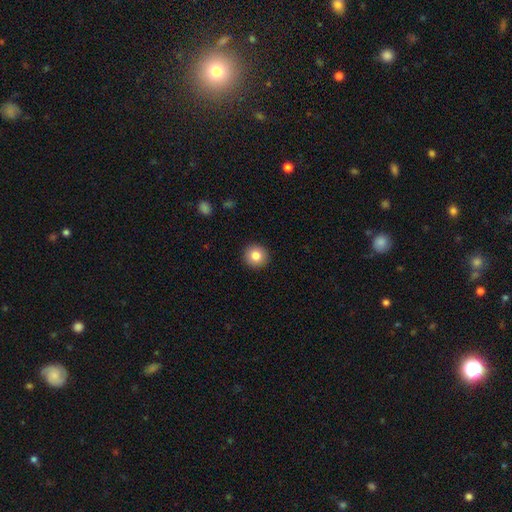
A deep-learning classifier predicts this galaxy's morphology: smooth-or-featured: smooth: 82% | star or artifact: 10% | featured or disk: 8%
  how-rounded: round: 94% | in between: 5% | cigar-shaped: 1%
  merging: none: 93% | minor disturbance: 5% | major disturbance: 2% | merger: 1%